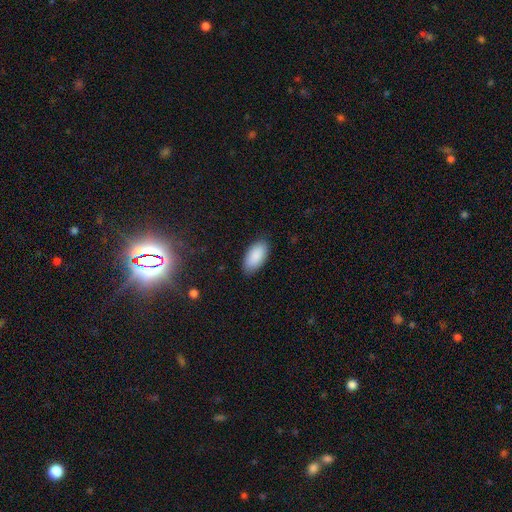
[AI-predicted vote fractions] Smooth or featured: smooth — 90% (star or artifact — 6%)
How rounded: in between — 95% (cigar-shaped — 3%)
Merging: none — 86% (minor disturbance — 10%)